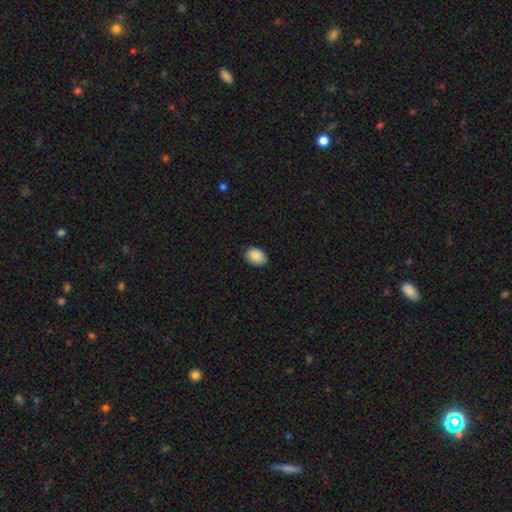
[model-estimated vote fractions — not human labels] smooth 90%, star or artifact 7%, featured or disk 3%. Down the decision tree: how rounded — in between (80%); merging — none (85%).